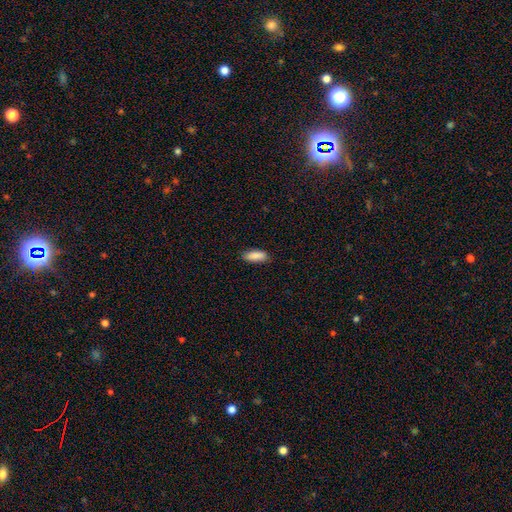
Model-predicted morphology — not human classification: This appears to be a smooth galaxy with no disk features (89%) that is in between round and cigar-shaped (74%). Merging: none (87%).